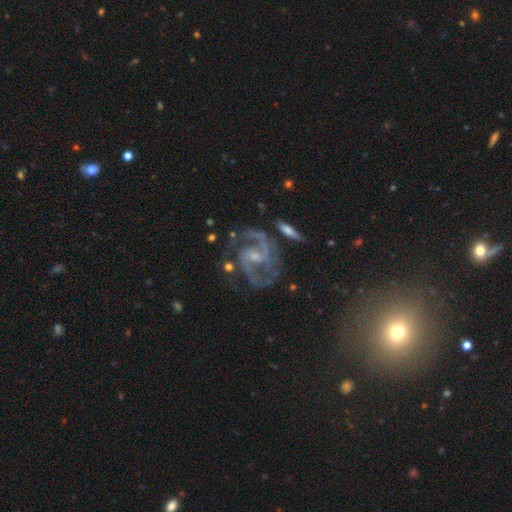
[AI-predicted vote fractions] Overall: featured or disk (91%). Edge-on disk: no (98%). Bar: weak (45%; no 41%). Spiral arms: yes (98%). Spiral arm count: 2 (83%). Spiral winding: medium (61%; tight 25%). Bulge size: small (63%; moderate 30%). Merging: none (66%).